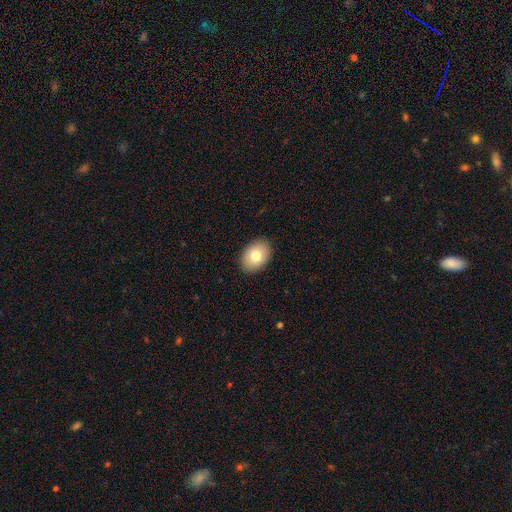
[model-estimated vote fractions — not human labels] Overall: smooth (78%). How rounded: in between (78%). Merging: none (90%).